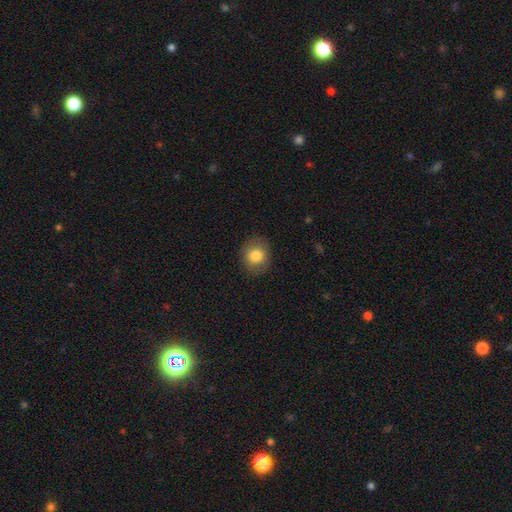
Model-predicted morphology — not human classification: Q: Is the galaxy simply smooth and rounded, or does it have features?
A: smooth — 81%.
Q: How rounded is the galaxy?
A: round — 73%.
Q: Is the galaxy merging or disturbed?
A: none — 88%.